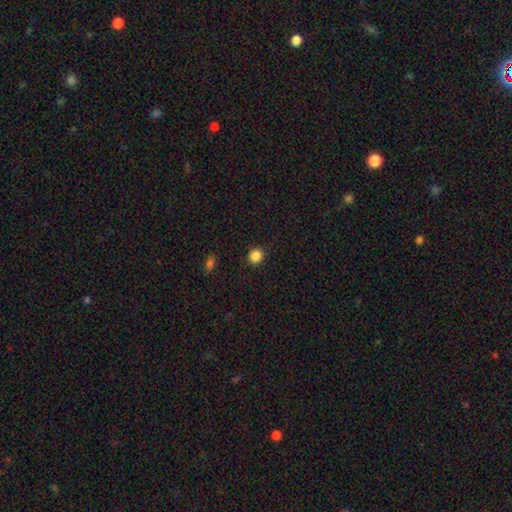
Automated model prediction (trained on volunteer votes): smooth-or-featured: smooth: 86% | star or artifact: 11% | featured or disk: 3%
  how-rounded: round: 84% | in between: 15% | cigar-shaped: 1%
  merging: none: 91% | minor disturbance: 6% | major disturbance: 2% | merger: 1%